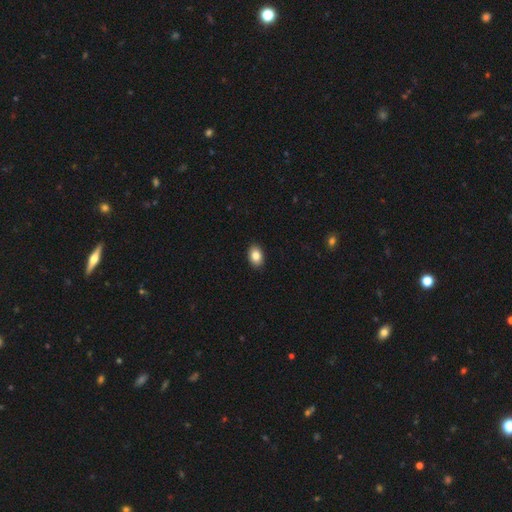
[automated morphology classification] smooth-or-featured: smooth: 85% | star or artifact: 8% | featured or disk: 7%
  how-rounded: in between: 83% | round: 15% | cigar-shaped: 1%
  merging: none: 90% | minor disturbance: 7% | major disturbance: 2% | merger: 1%